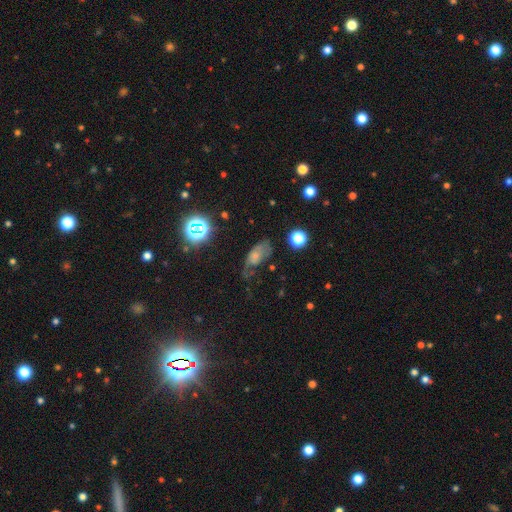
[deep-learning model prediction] This is possibly a smooth galaxy (50%). Merging: marginally none (35%).